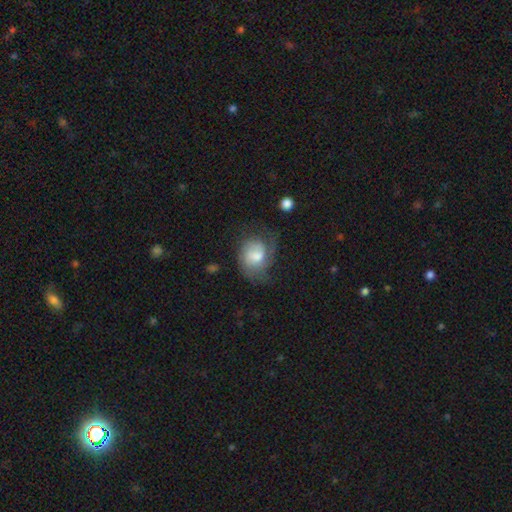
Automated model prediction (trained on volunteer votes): Q: Smooth or featured?
A: smooth (49%); runner-up: featured or disk (43%)
Q: Merging?
A: none (41%); runner-up: minor disturbance (29%)